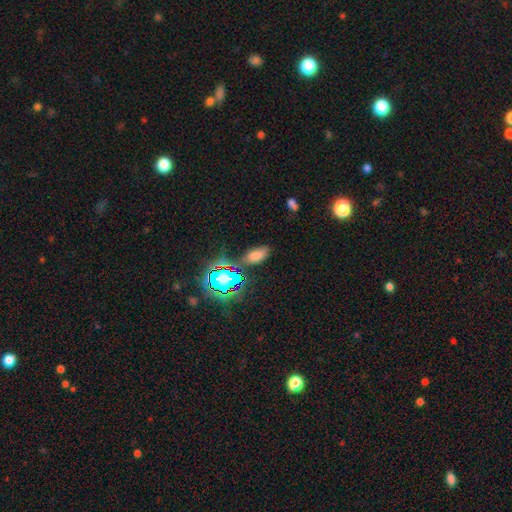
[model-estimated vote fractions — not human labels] This is likely a smooth galaxy (65%). How rounded: clearly in between (87%). Merging: likely none (71%).